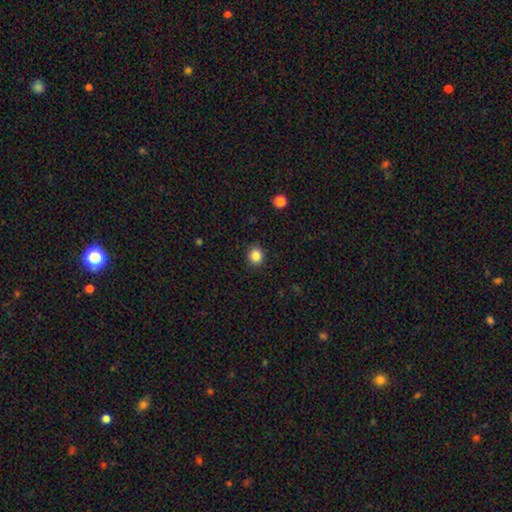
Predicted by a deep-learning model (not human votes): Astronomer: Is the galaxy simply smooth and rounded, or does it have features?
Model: smooth — 85%.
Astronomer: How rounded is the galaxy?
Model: round — 84%.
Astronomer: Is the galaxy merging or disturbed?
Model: none — 91%.